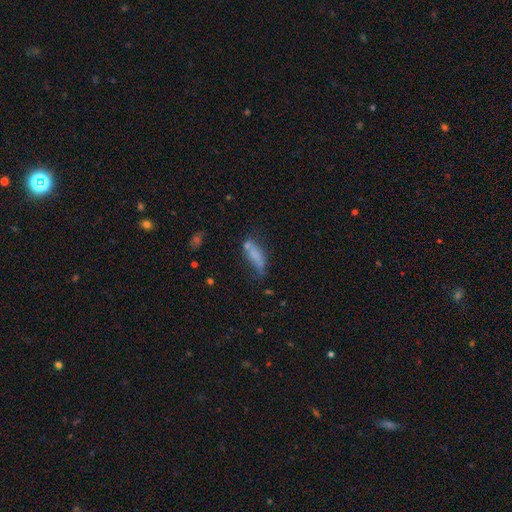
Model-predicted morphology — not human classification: A smooth galaxy with no disk features (66%) that is in between round and cigar-shaped (62%).

Vote fractions:
- Smooth or featured? smooth: 66% / featured or disk: 23% / star or artifact: 11%
- How rounded? in between: 62% / cigar-shaped: 35% / round: 3%
- Merging? none: 34% / minor disturbance: 27% / major disturbance: 20% / merger: 19%